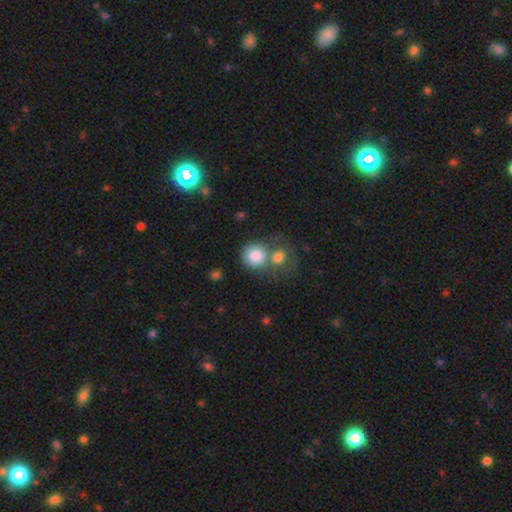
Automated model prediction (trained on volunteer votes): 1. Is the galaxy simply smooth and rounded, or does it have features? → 84% smooth, 8% featured or disk, 8% star or artifact.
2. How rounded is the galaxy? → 84% round, 15% in between, 1% cigar-shaped.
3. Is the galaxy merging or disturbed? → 46% merger, 38% none, 10% minor disturbance, 6% major disturbance.